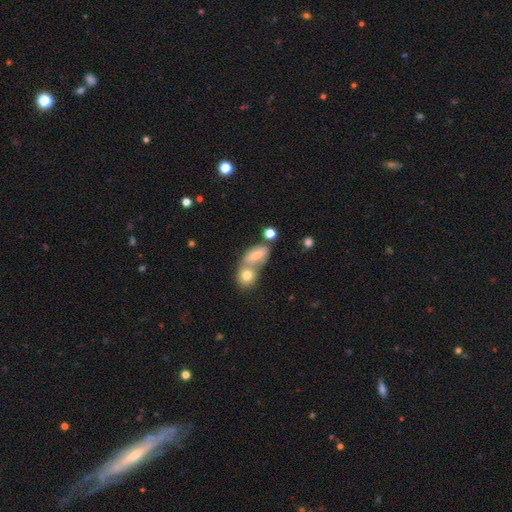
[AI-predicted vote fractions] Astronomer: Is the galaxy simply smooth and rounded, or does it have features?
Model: smooth — 59%.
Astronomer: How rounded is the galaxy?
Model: in between — 68%.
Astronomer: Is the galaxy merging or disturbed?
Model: merger — 51% (runner-up: none, 34%).